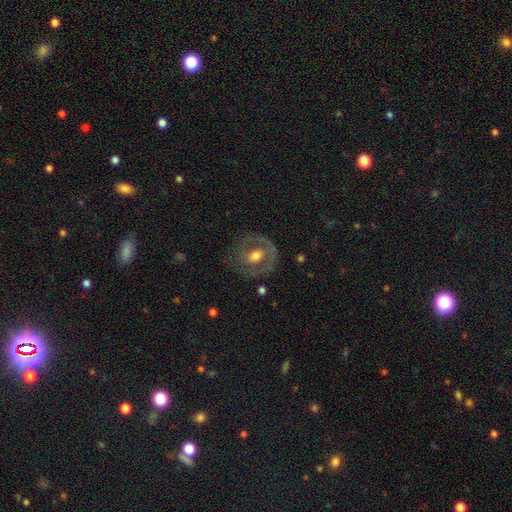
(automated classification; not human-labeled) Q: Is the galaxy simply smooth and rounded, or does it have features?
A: featured or disk — 58%.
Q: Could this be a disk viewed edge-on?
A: no — 95%.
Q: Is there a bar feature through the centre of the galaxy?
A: no — 56%.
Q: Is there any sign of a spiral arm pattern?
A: no — 68%.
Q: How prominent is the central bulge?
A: moderate — 68%.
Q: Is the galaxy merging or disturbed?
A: none — 68%.